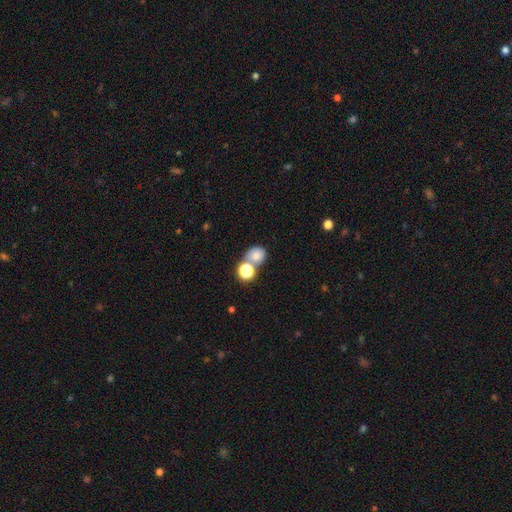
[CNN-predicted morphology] smooth-or-featured: smooth: 77% | star or artifact: 14% | featured or disk: 9%
  how-rounded: round: 74% | in between: 25% | cigar-shaped: 1%
  merging: none: 47% | merger: 40% | minor disturbance: 9% | major disturbance: 4%